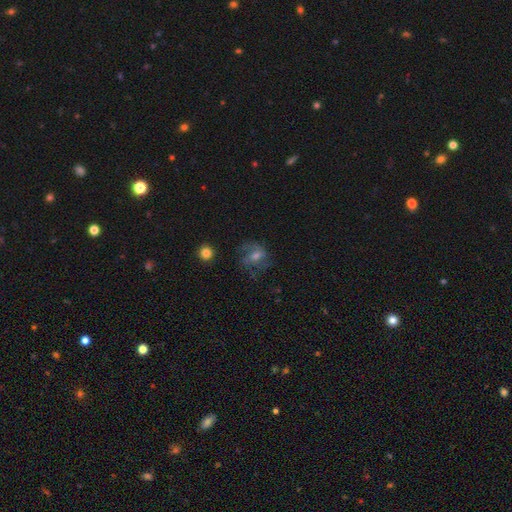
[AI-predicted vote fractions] Smooth or featured? featured or disk (59%)
Edge-on disk? no (96%)
Bar? no (50%)
Spiral arms? yes (83%)
Bulge size? moderate (53%)
Merging? none (64%)